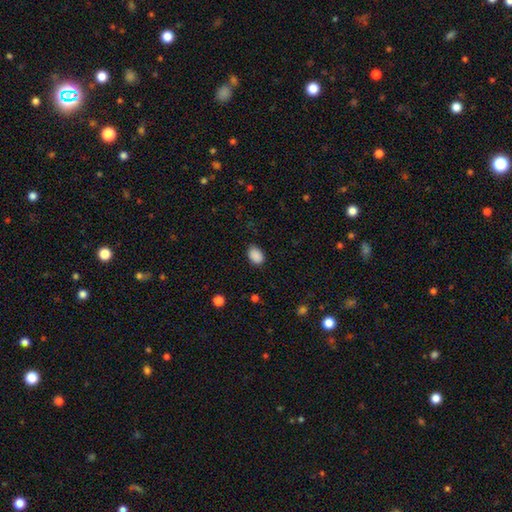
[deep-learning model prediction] This appears to be a smooth galaxy with no disk features (89%) that is in between round and cigar-shaped (83%). Merging: none (83%).